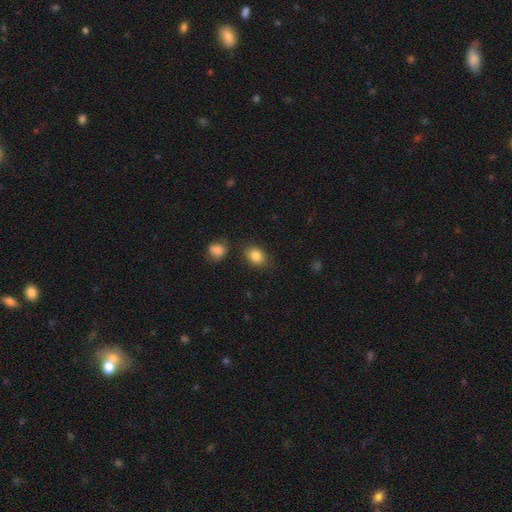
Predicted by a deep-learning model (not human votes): Smooth or featured: smooth — 85% (star or artifact — 9%)
How rounded: in between — 64% (round — 35%)
Merging: none — 78% (minor disturbance — 13%)